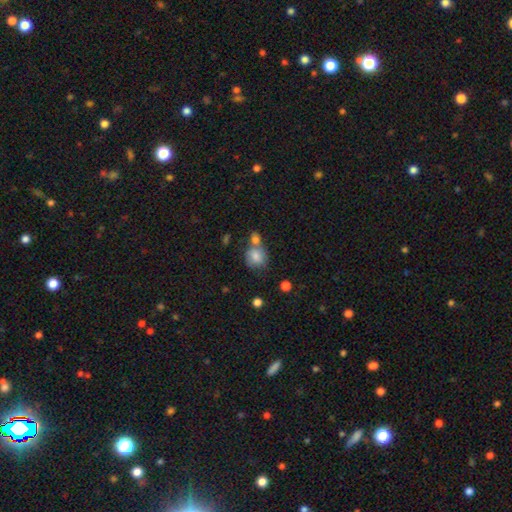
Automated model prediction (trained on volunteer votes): The model was most divided on "merging": none: 44%, merger: 35%, minor disturbance: 15%, major disturbance: 6%. More confident: smooth or featured — smooth (78%); how rounded — round (69%).